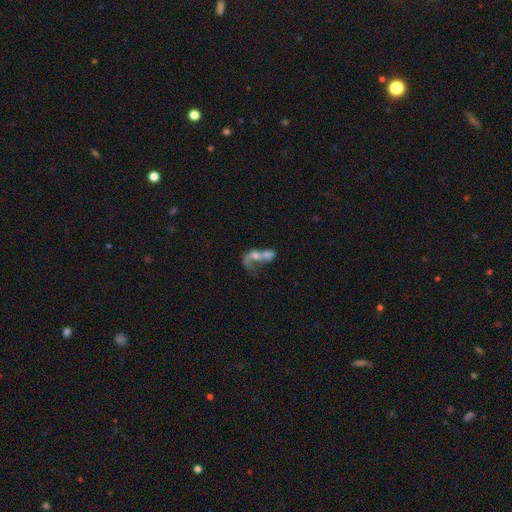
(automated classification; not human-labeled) The model was most divided on "smooth or featured": featured or disk: 52%, smooth: 37%, star or artifact: 11%. More confident: edge-on disk — no (93%); merging — merger (66%).